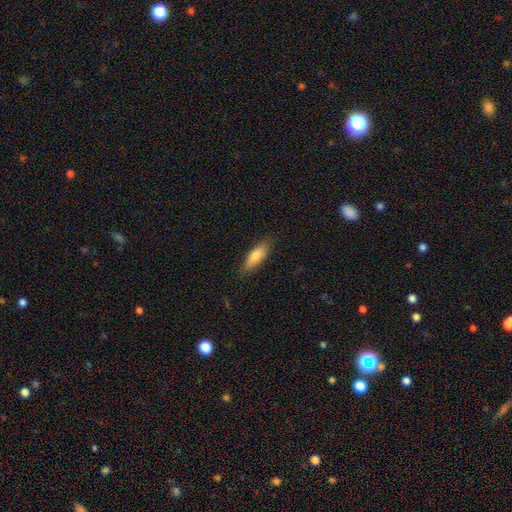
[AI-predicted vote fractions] This is likely a smooth galaxy (78%). How rounded: possibly in between (57%). Merging: clearly none (82%).